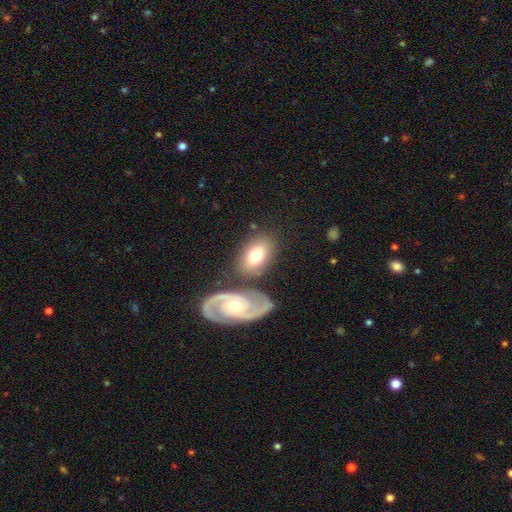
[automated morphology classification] smooth 61%, featured or disk 33%, star or artifact 6%. Down the decision tree: how rounded — in between (89%); merging — none (64%).